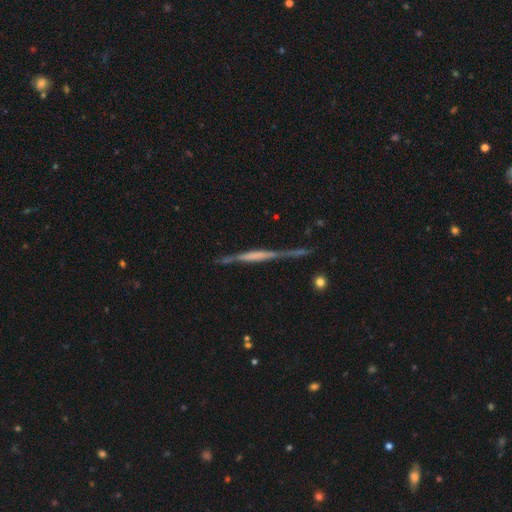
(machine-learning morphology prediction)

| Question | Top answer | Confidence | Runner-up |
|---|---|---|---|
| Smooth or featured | featured or disk | 73% | smooth (20%) |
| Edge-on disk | yes | 96% | no (4%) |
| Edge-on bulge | boxy | 43% | none (37%) |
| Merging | none | 74% | minor disturbance (17%) |